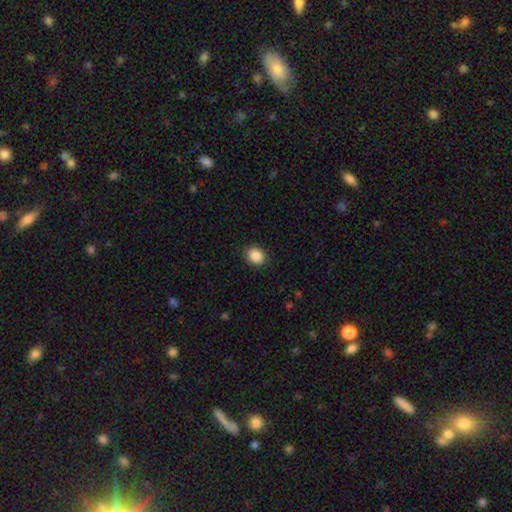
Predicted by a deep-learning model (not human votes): Smooth or featured: smooth — 88% (star or artifact — 8%)
How rounded: round — 54% (in between — 45%)
Merging: none — 89% (minor disturbance — 7%)